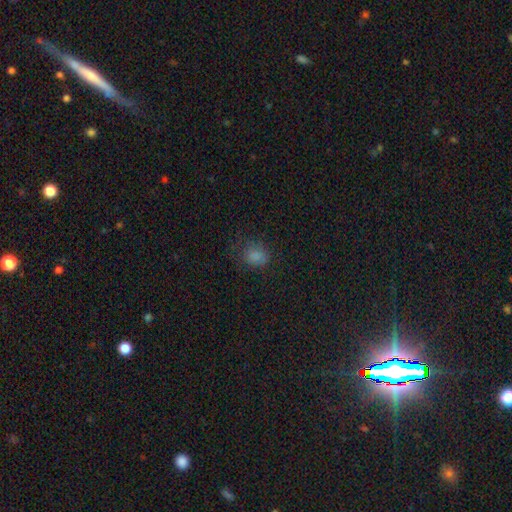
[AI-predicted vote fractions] Smooth or featured? Predicted: smooth (p=0.77). How rounded? Predicted: round (p=0.56). Merging? Predicted: none (p=0.70).